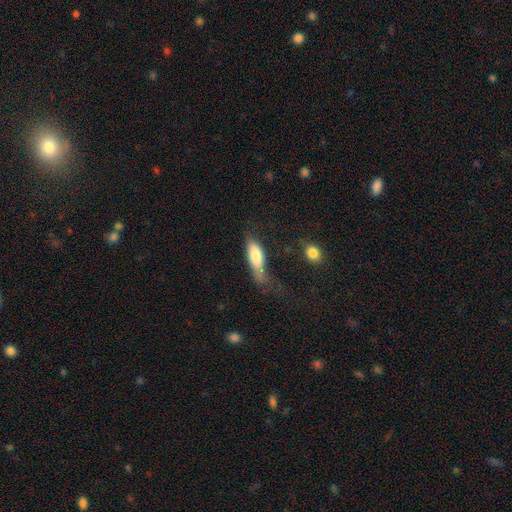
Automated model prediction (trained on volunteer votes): Q: Smooth or featured?
A: smooth (75%); runner-up: featured or disk (18%)
Q: How rounded?
A: in between (65%); runner-up: cigar-shaped (32%)
Q: Merging?
A: minor disturbance (33%); tied with: none (33%)